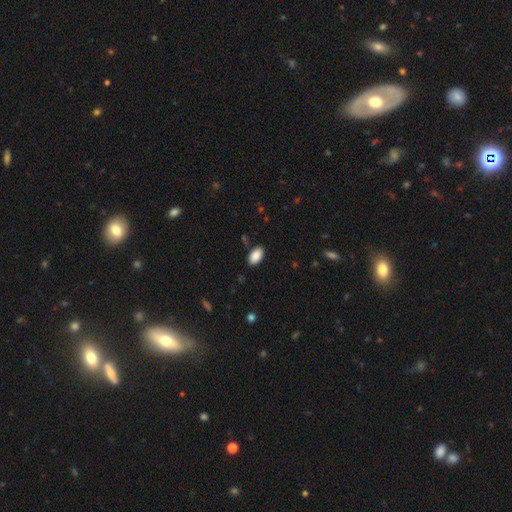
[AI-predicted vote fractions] A smooth galaxy with no disk features (89%) that is in between round and cigar-shaped (94%). Merging: none (87%).